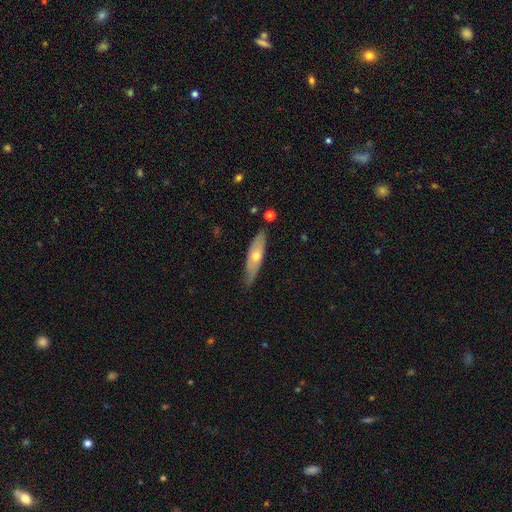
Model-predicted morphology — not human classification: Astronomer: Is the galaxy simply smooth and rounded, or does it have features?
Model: featured or disk — 51% (runner-up: smooth, 44%).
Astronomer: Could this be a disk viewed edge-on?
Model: yes — 65%.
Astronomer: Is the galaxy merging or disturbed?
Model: none — 77%.